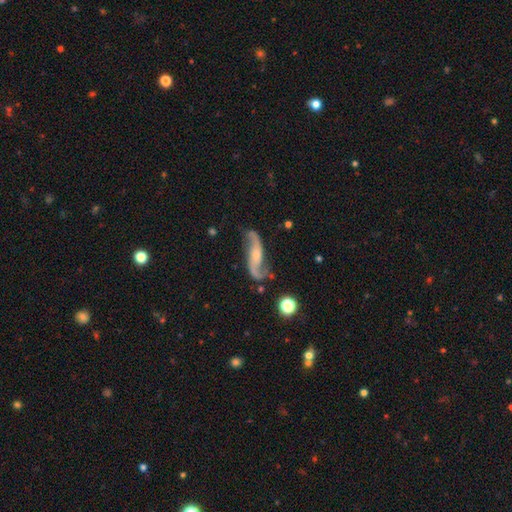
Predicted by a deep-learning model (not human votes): Smooth or featured? Predicted: featured or disk (p=0.85). Edge-on disk? Predicted: no (p=0.91). Bar? Predicted: no (p=0.55). Spiral arms? Predicted: yes (p=0.96). Spiral winding? Predicted: loose (p=0.83). Spiral arm count? Predicted: 2 (p=0.92). Bulge size? Predicted: small (p=0.50). Merging? Predicted: none (p=0.69).